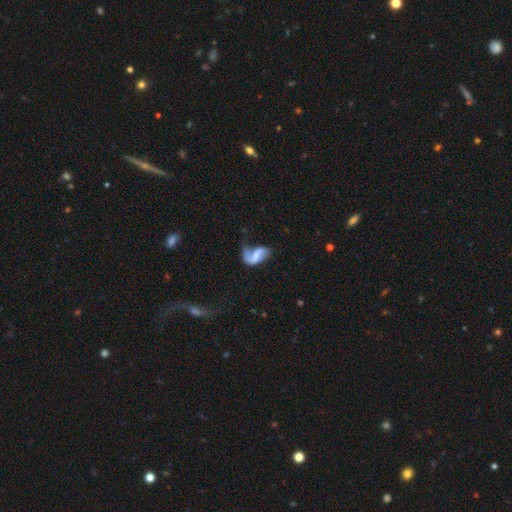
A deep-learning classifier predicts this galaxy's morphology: The model was most divided on "merging": major disturbance: 34%, none: 32%, minor disturbance: 26%, merger: 8%. Remaining: edge-on disk — no (97%); spiral arms — yes (81%); smooth or featured — featured or disk (63%); bulge size — small (43%); bar — weak (43%).